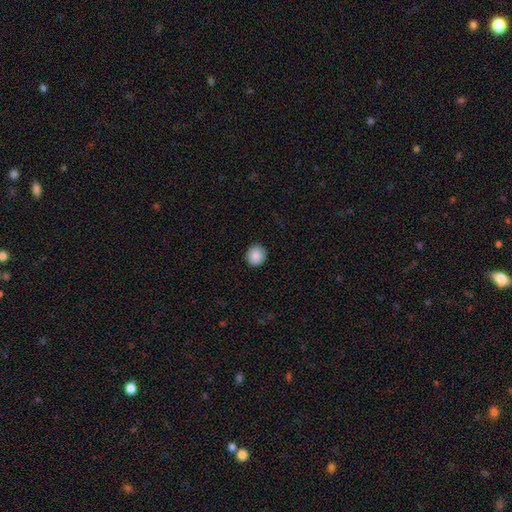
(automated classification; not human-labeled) A smooth galaxy with no disk features (87%) that is round (86%). Merging: none (90%).